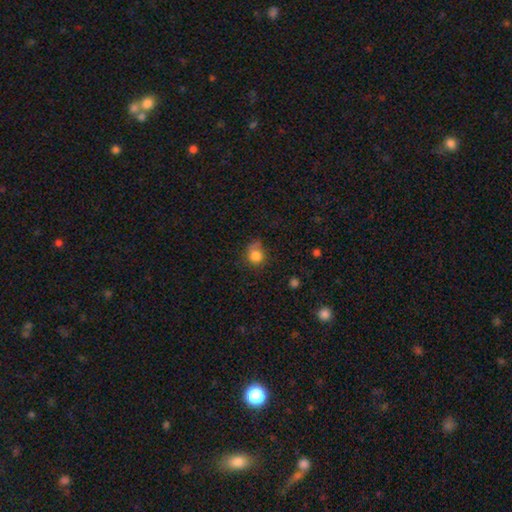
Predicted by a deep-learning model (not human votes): The model was most divided on "merging": none: 52%, minor disturbance: 30%, major disturbance: 12%, merger: 5%. More confident: smooth or featured — smooth (81%); how rounded — round (77%).